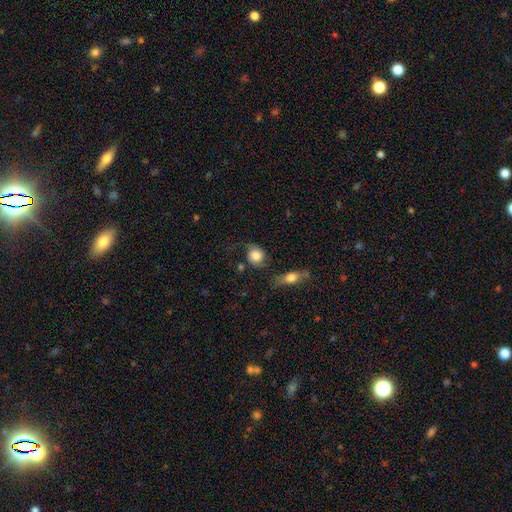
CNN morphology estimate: This is possibly a smooth galaxy (56%). How rounded: likely round (74%). Merging: possibly none (53%).